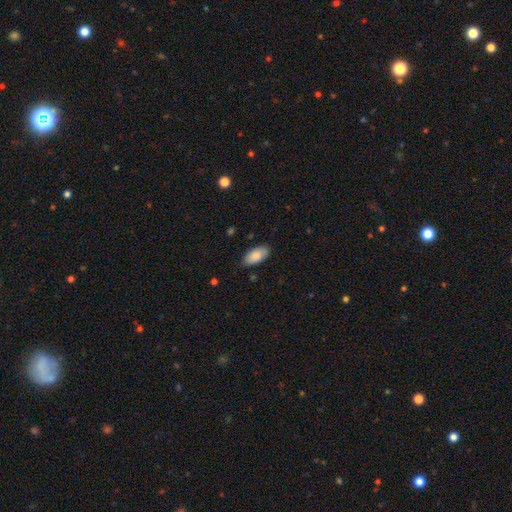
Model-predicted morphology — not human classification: Smooth or featured: smooth — 85% (featured or disk — 9%)
How rounded: in between — 94% (cigar-shaped — 4%)
Merging: none — 80% (minor disturbance — 16%)